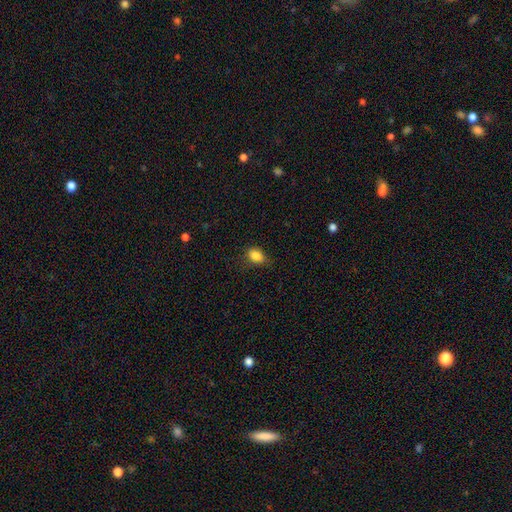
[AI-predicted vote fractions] This appears to be a smooth galaxy with no disk features (85%) that is in between round and cigar-shaped (76%). Merging: none (73%).